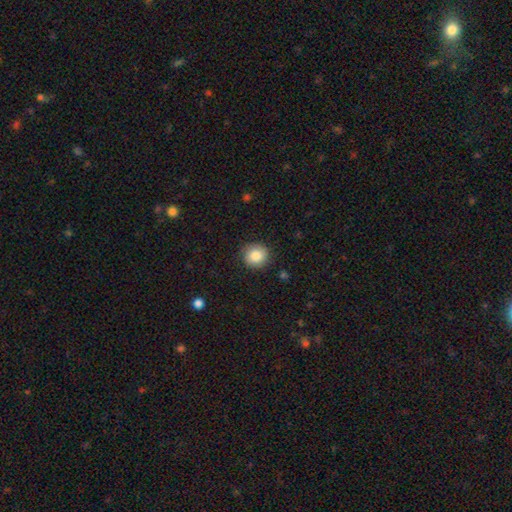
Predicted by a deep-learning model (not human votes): Smooth or featured? smooth (84%)
How rounded? round (88%)
Merging? none (86%)